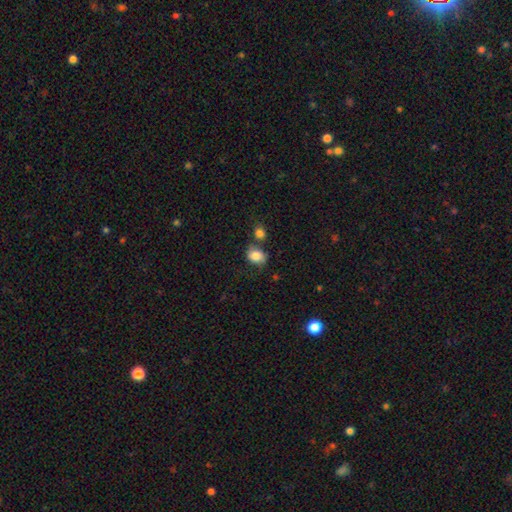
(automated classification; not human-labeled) Q: Smooth or featured?
A: smooth (82%); runner-up: featured or disk (10%)
Q: How rounded?
A: in between (55%); runner-up: round (44%)
Q: Merging?
A: none (53%); runner-up: merger (22%)